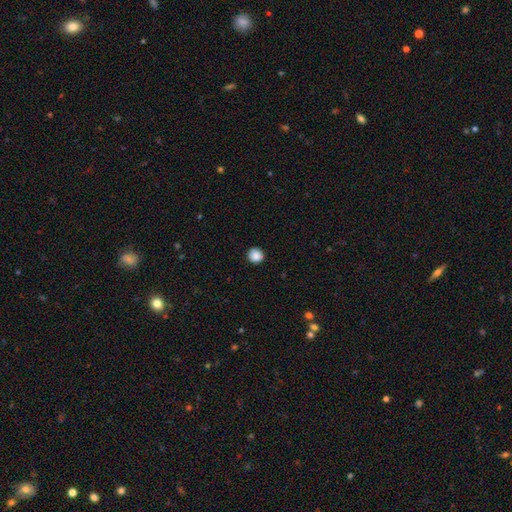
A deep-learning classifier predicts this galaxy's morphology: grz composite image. It shows a smooth galaxy with no disk features (87%) that is round (94%). Merging: none (92%).